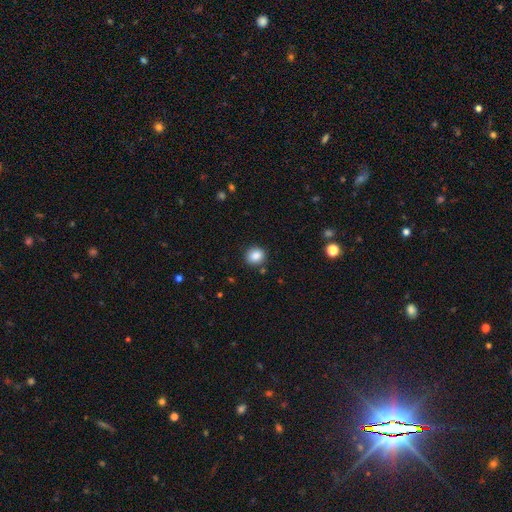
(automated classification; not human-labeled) smooth 86%, star or artifact 10%, featured or disk 4%. Down the decision tree: how rounded — round (72%); merging — none (87%).